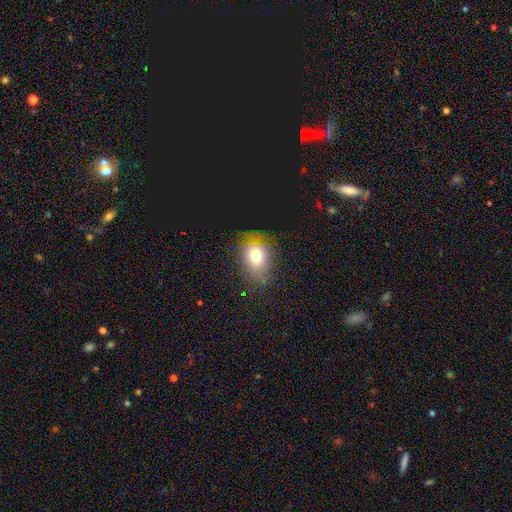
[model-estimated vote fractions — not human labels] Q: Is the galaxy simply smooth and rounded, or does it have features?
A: smooth — 65%.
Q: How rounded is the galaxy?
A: in between — 50%.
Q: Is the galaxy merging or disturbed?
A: none — 66%.